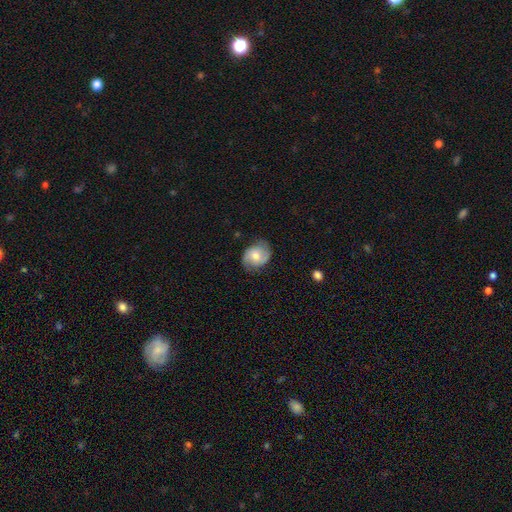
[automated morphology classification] This appears to be a featured or disk galaxy (52%) with no bar (60%), spiral arms (86%) and a moderate central bulge (62%). Merging: none (74%).